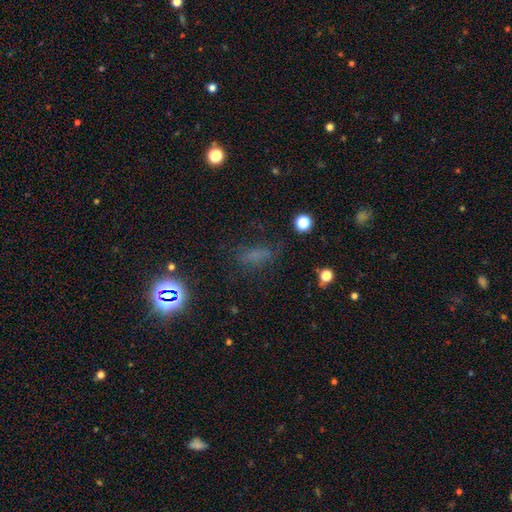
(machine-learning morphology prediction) The model was most divided on "smooth or featured": smooth: 54%, star or artifact: 32%, featured or disk: 14%. More confident: merging — none (66%); how rounded — in between (59%).